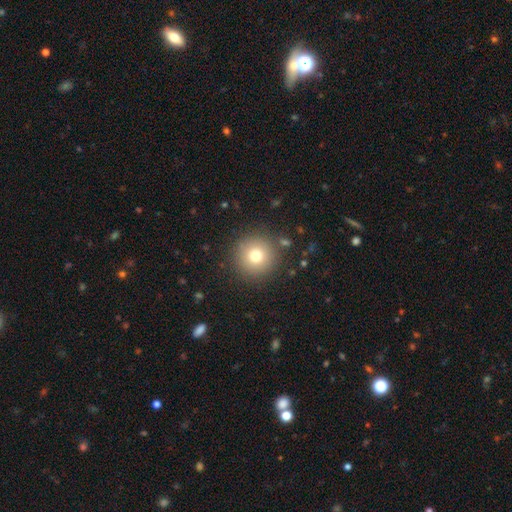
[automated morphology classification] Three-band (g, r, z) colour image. It shows a smooth galaxy with no disk features (76%) that is round (96%). Merging: none (89%).